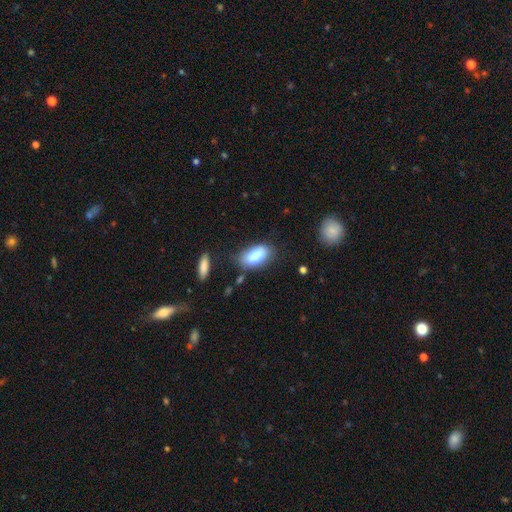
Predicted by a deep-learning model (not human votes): smooth 83%, featured or disk 10%, star or artifact 7%. Down the decision tree: how rounded — in between (90%); merging — none (70%).